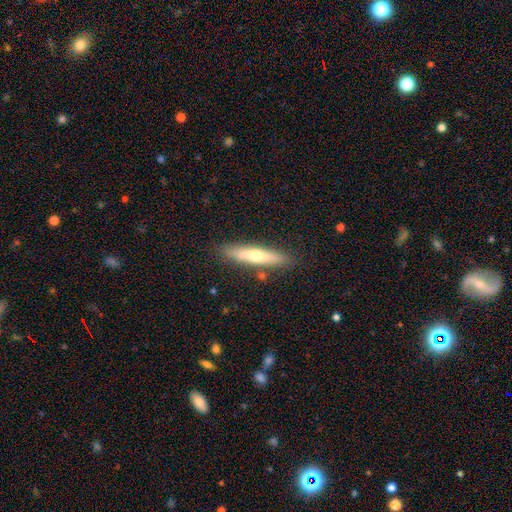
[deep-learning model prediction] Overall: smooth (55%; featured or disk 39%). How rounded: cigar-shaped (88%). Merging: none (88%).